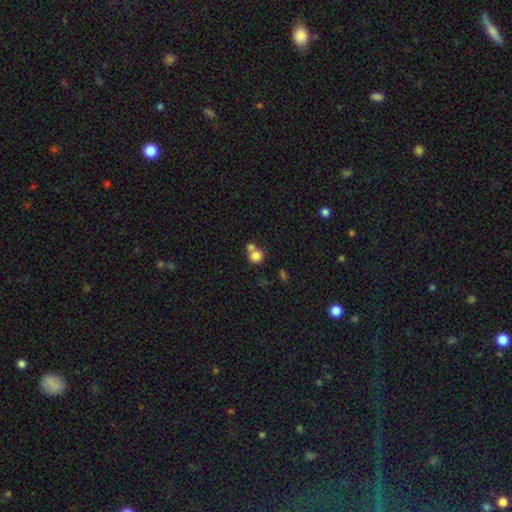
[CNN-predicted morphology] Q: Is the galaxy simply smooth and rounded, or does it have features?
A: smooth — 81%.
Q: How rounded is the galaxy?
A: round — 81%.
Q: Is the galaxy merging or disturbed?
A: merger — 48%.